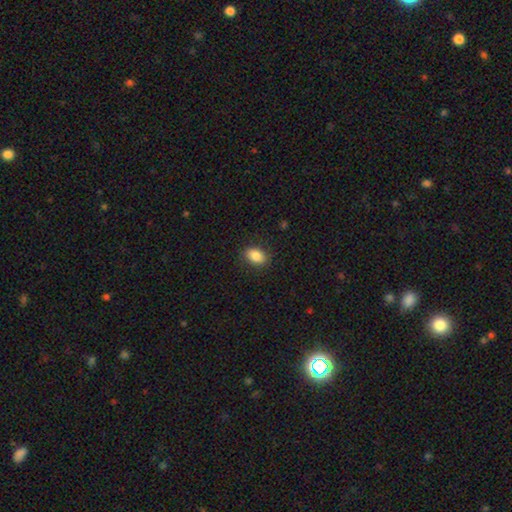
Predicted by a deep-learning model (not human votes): Smooth or featured? Predicted: smooth (p=0.86). How rounded? Predicted: in between (p=0.81). Merging? Predicted: none (p=0.87).